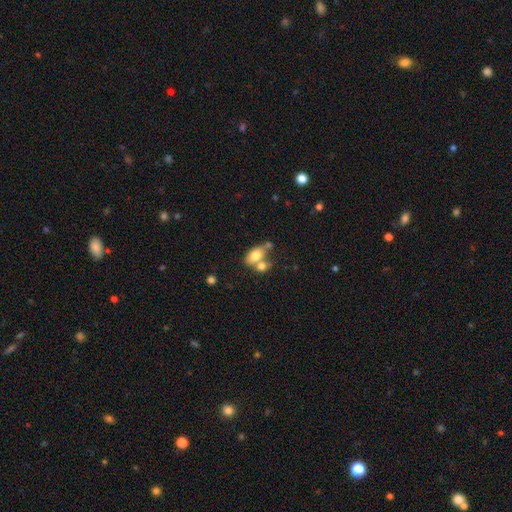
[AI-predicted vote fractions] Overall: smooth (73%). How rounded: in between (86%). Merging: merger (48%; none 35%).